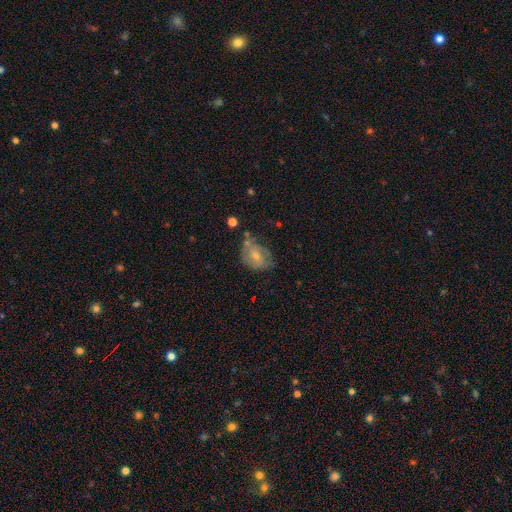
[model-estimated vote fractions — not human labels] Q: Smooth or featured?
A: featured or disk (48%); runner-up: smooth (40%)
Q: Merging?
A: none (50%); runner-up: minor disturbance (29%)